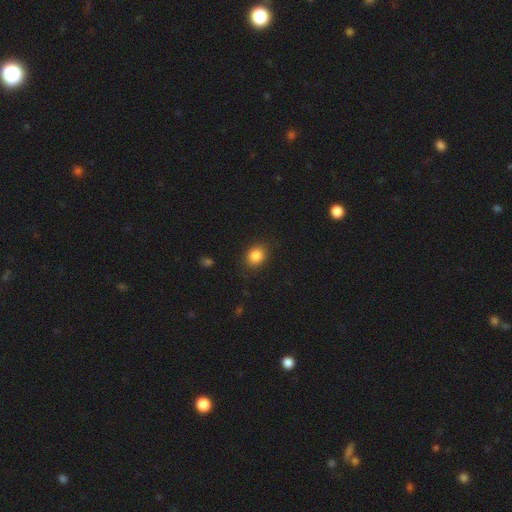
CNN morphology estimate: Smooth or featured: smooth — 85% (star or artifact — 10%)
How rounded: round — 55% (in between — 44%)
Merging: none — 84% (minor disturbance — 11%)